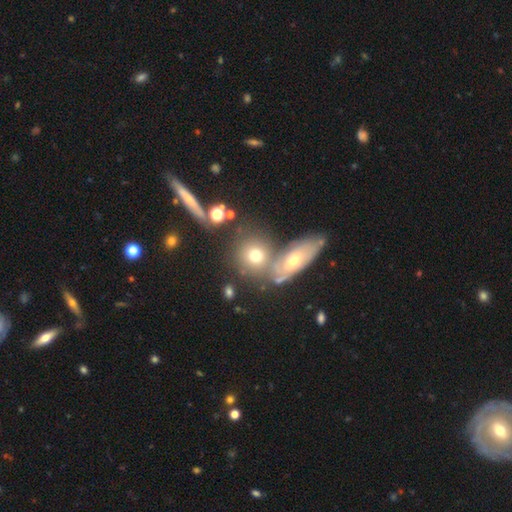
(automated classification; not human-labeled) smooth-or-featured: smooth: 65% | featured or disk: 22% | star or artifact: 13%
  how-rounded: round: 72% | in between: 25% | cigar-shaped: 3%
  merging: none: 50% | merger: 34% | minor disturbance: 11% | major disturbance: 5%